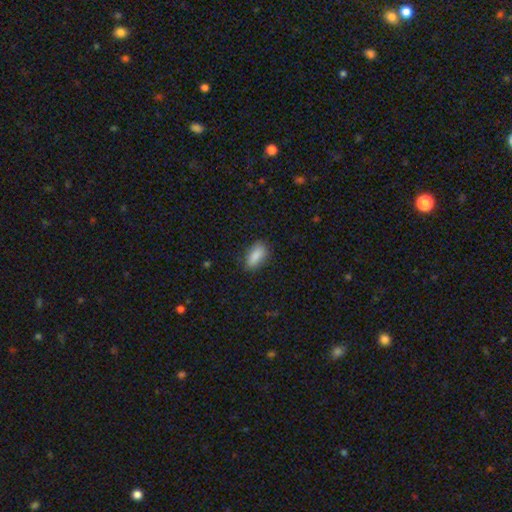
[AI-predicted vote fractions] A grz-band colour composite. It shows a smooth galaxy with no disk features (87%) that is in between round and cigar-shaped (85%). Merging: none (83%).